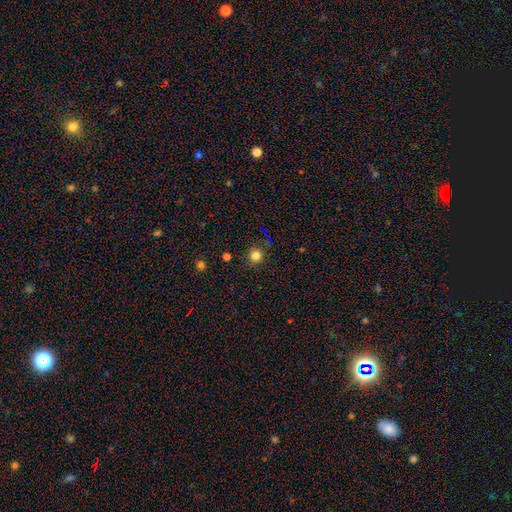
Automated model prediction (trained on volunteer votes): smooth 80%, star or artifact 15%, featured or disk 5%. Down the decision tree: how rounded — round (94%); merging — none (90%).